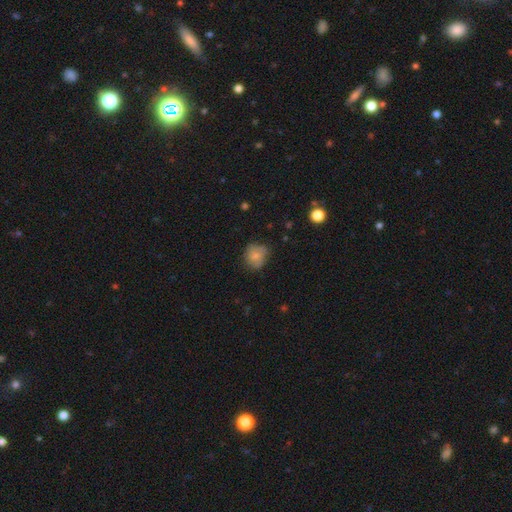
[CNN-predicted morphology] The model was most divided on "merging": none: 64%, minor disturbance: 28%, major disturbance: 7%, merger: 2%. More confident: smooth or featured — smooth (76%); how rounded — round (75%).